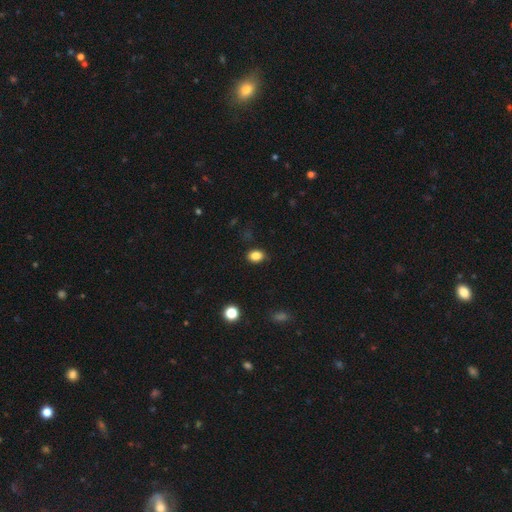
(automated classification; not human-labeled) The model was most divided on "how rounded": in between: 69%, round: 29%, cigar-shaped: 1%. More confident: smooth or featured — smooth (85%); merging — none (83%).